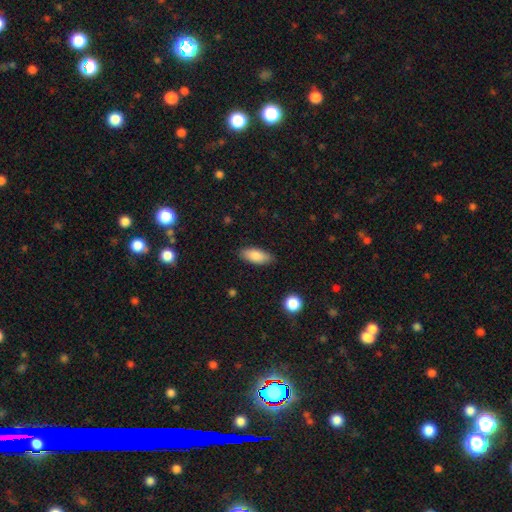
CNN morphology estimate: smooth_or_featured: smooth (p=0.85) [alt: featured or disk p=0.08]
how_rounded: in between (p=0.83) [alt: cigar-shaped p=0.15]
merging: none (p=0.85) [alt: minor disturbance p=0.12]